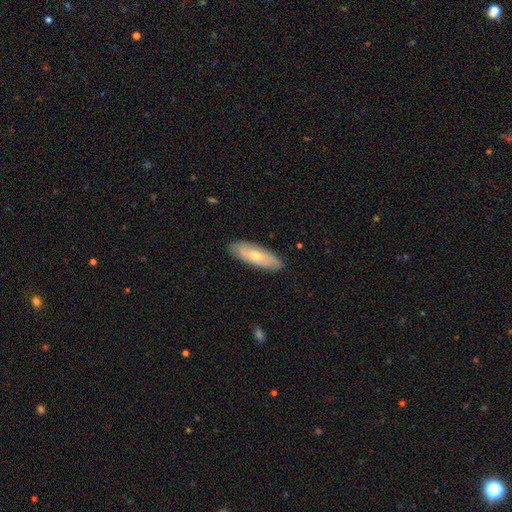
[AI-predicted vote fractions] Smooth or featured? featured or disk (47%)
Merging? none (87%)